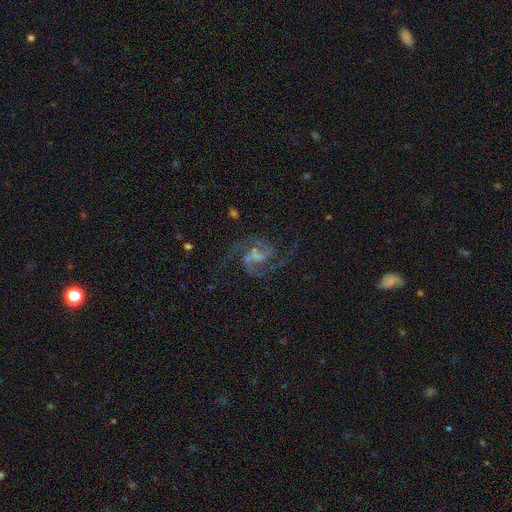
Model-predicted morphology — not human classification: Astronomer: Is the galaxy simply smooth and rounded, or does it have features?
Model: featured or disk — 91%.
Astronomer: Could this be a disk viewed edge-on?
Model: no — 98%.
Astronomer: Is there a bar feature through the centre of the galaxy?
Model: weak — 55%.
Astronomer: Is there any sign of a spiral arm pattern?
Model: yes — 98%.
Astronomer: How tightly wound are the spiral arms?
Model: medium — 66%.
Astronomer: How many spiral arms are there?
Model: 2 — 86%.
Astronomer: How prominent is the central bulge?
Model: small — 45% (runner-up: moderate, 28%).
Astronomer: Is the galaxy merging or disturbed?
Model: none — 76%.